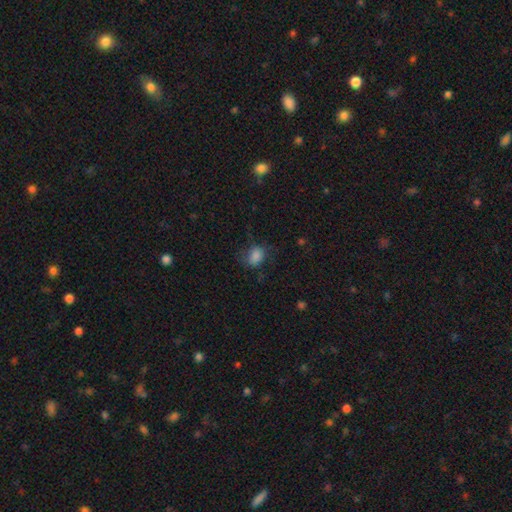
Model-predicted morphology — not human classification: Smooth or featured?
  - smooth: 79% *
  - star or artifact: 11%
  - featured or disk: 9%
How rounded?
  - in between: 63% *
  - round: 36%
  - cigar-shaped: 1%
Merging?
  - none: 57% *
  - minor disturbance: 25%
  - major disturbance: 16%
  - merger: 2%